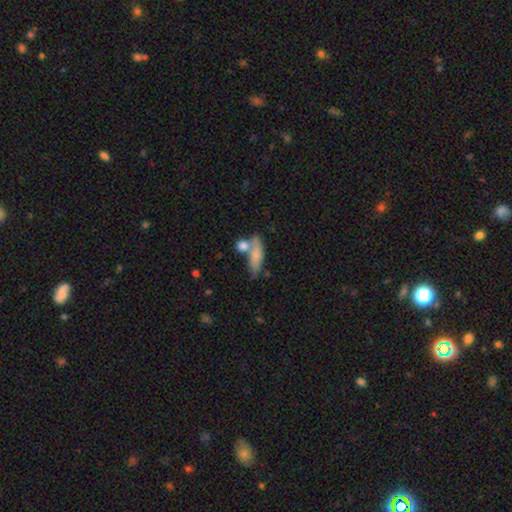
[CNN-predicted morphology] type=smooth (74%); roundness=in between (53%); merging=none (46%).